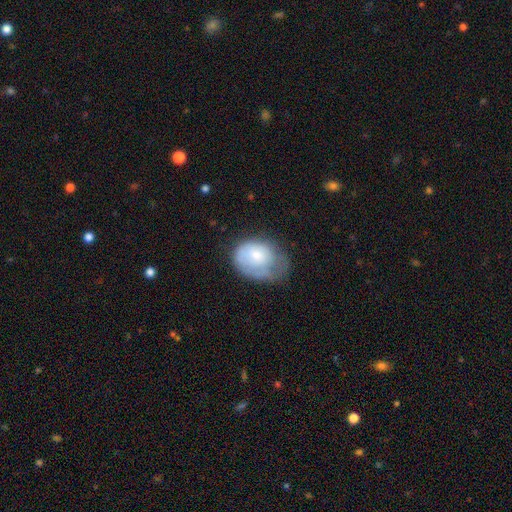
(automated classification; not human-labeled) A smooth galaxy with no disk features (63%) that is in between round and cigar-shaped (59%).

Vote fractions:
- Smooth or featured? smooth: 63% / featured or disk: 30% / star or artifact: 7%
- How rounded? in between: 59% / round: 41% / cigar-shaped: 1%
- Merging? minor disturbance: 38% / major disturbance: 31% / none: 28% / merger: 2%